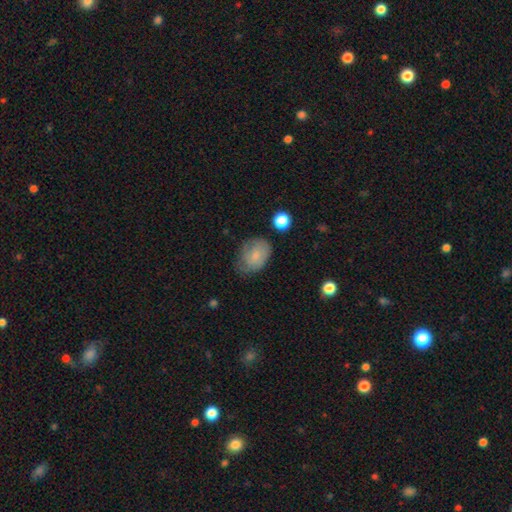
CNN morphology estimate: This is likely a smooth galaxy (68%). How rounded: likely in between (67%). Merging: possibly none (56%).